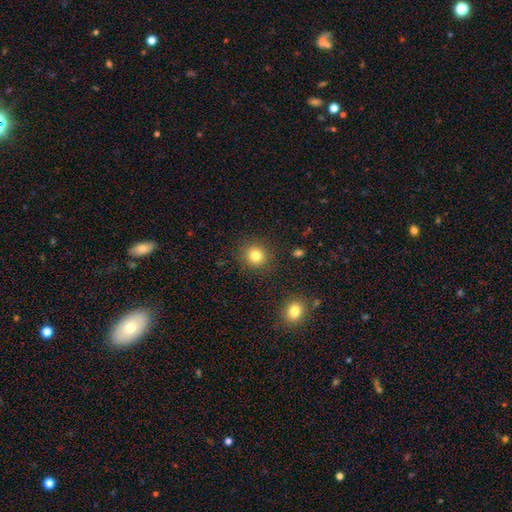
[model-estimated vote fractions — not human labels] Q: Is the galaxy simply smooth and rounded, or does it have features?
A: smooth — 81%.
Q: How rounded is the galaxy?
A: round — 90%.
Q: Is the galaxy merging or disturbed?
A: none — 89%.